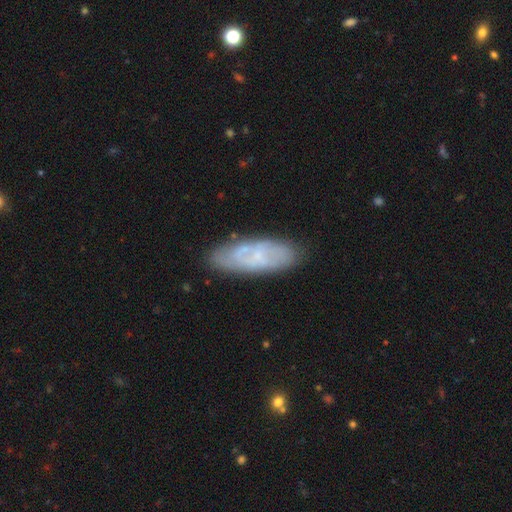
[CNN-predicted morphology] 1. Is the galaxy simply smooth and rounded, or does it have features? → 54% featured or disk, 39% smooth, 7% star or artifact.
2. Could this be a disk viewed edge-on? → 85% no, 15% yes.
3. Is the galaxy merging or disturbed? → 78% none, 15% minor disturbance, 4% major disturbance, 3% merger.